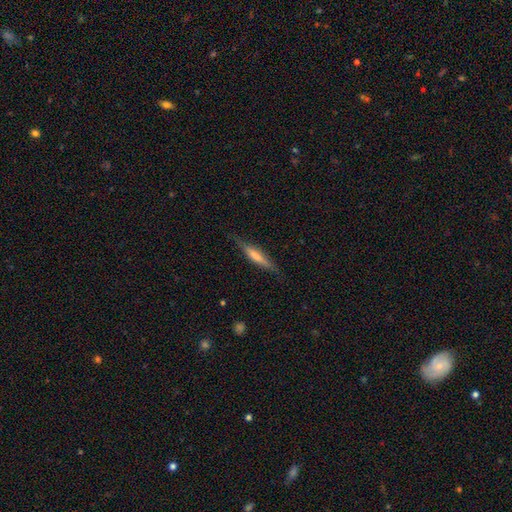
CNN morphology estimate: smooth 49%, featured or disk 45%, star or artifact 6%. Down the decision tree: merging — none (81%).